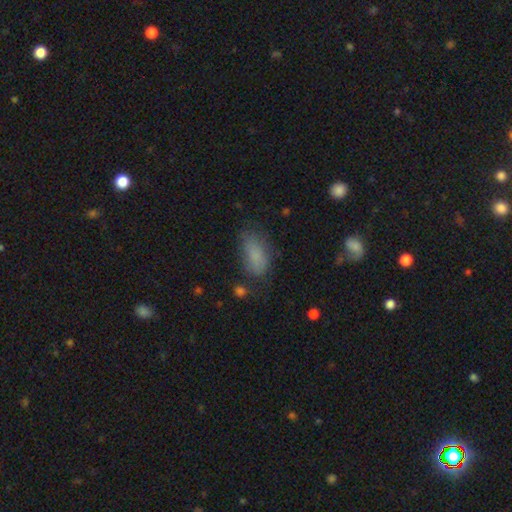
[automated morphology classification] smooth-or-featured: smooth: 81% | star or artifact: 10% | featured or disk: 9%
  how-rounded: in between: 89% | cigar-shaped: 7% | round: 4%
  merging: none: 58% | minor disturbance: 27% | major disturbance: 12% | merger: 3%